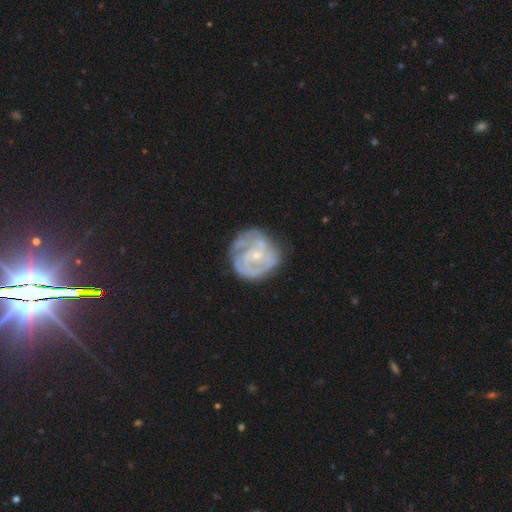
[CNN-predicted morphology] featured or disk 78%, smooth 16%, star or artifact 6%. Down the decision tree: edge-on disk — no (98%); bar — no (72%); spiral arms — yes (83%); spiral arm count — can't tell (35%); spiral winding — tight (61%); bulge size — small (75%); merging — none (57%).